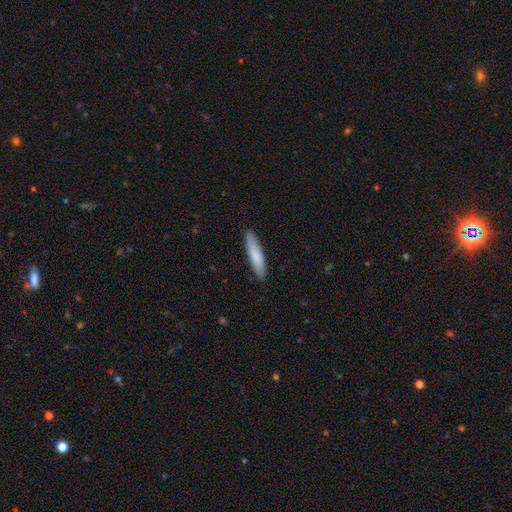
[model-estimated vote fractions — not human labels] smooth-or-featured: smooth: 81% | featured or disk: 14% | star or artifact: 5%
  how-rounded: cigar-shaped: 84% | in between: 15% | round: 1%
  merging: none: 90% | minor disturbance: 8% | major disturbance: 1% | merger: 1%